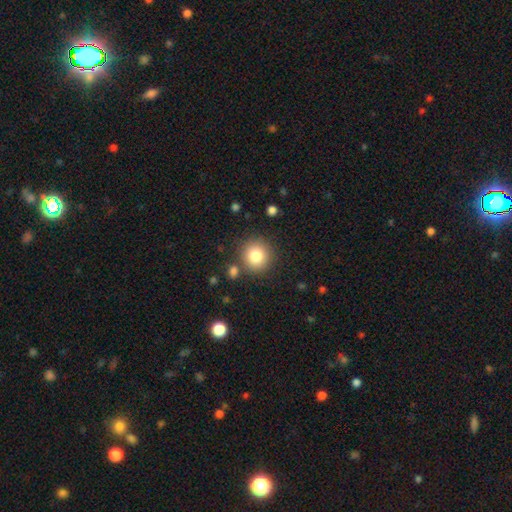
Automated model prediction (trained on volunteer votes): Smooth or featured? Predicted: smooth (p=0.81). How rounded? Predicted: round (p=0.93). Merging? Predicted: none (p=0.84).